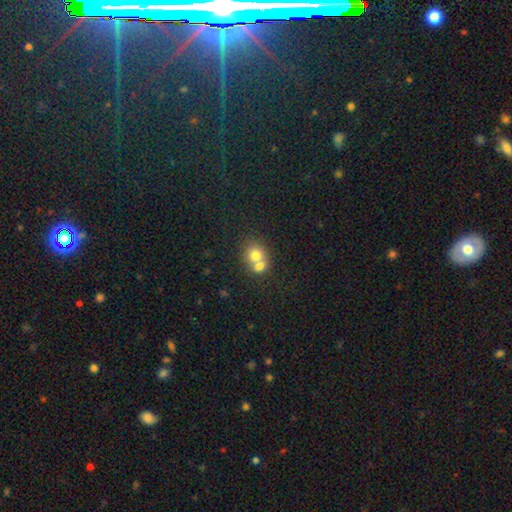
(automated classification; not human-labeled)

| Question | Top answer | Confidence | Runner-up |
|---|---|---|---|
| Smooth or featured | smooth | 73% | featured or disk (17%) |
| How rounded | round | 70% | in between (29%) |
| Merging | merger | 63% | none (28%) |